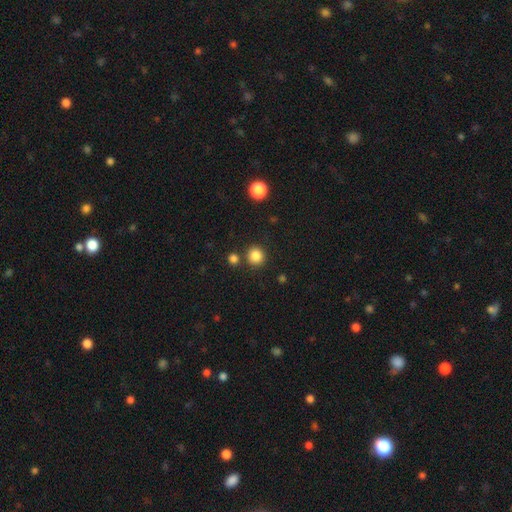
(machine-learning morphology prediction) Q: Smooth or featured?
A: smooth (85%); runner-up: star or artifact (11%)
Q: How rounded?
A: round (90%); runner-up: in between (9%)
Q: Merging?
A: none (83%); runner-up: merger (7%)